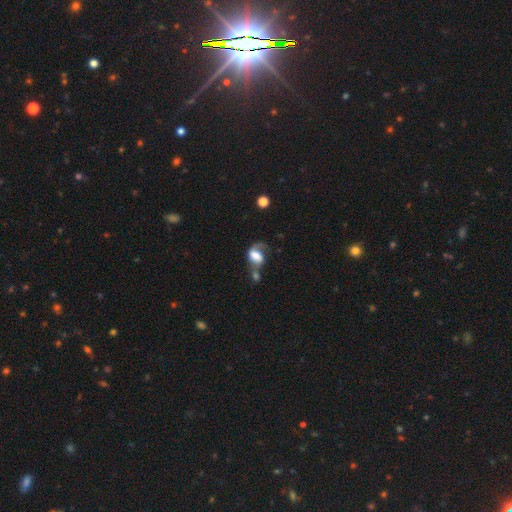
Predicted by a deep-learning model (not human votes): This appears to be a smooth galaxy with no disk features (47%). Merging: merger (35%).